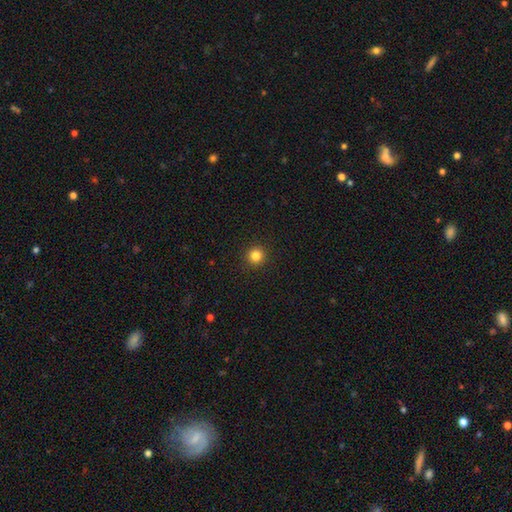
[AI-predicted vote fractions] This appears to be a smooth galaxy with no disk features (83%) that is round (95%). Merging: none (93%).